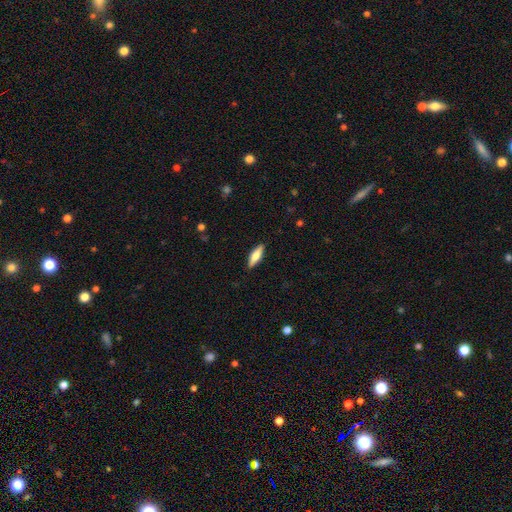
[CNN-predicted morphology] Q: Smooth or featured?
A: smooth (61%); runner-up: featured or disk (33%)
Q: How rounded?
A: cigar-shaped (50%); runner-up: in between (48%)
Q: Merging?
A: none (89%); runner-up: minor disturbance (9%)